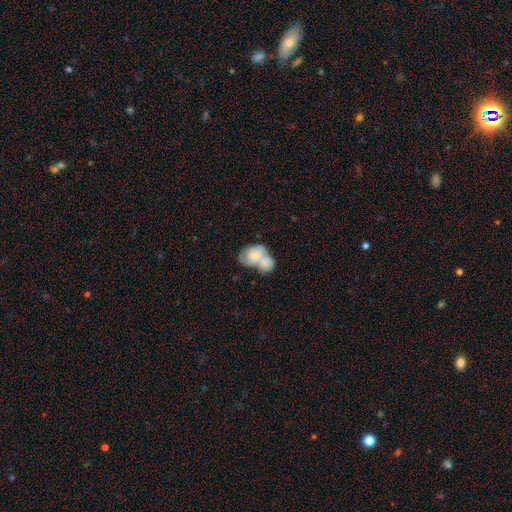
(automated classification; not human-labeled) Smooth or featured: smooth — 68% (featured or disk — 26%)
How rounded: in between — 74% (round — 25%)
Merging: merger — 72% (none — 13%)